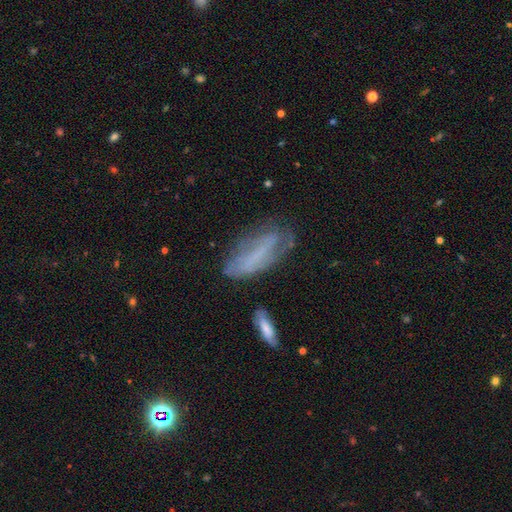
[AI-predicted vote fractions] The model was most divided on "smooth or featured": featured or disk: 47%, smooth: 41%, star or artifact: 11%. More confident: merging — none (50%).